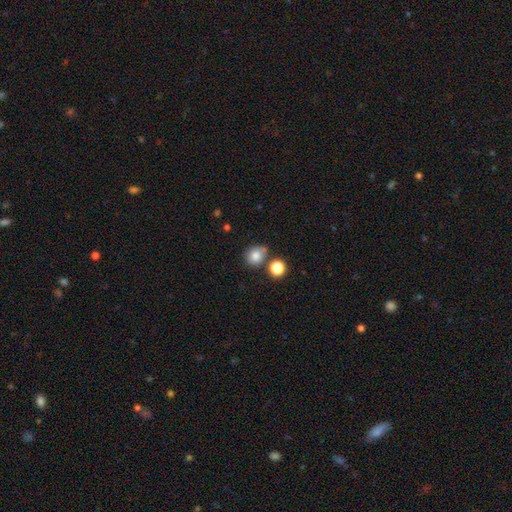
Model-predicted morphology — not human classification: A smooth galaxy with no disk features (81%) that is round (73%).

Vote fractions:
- Smooth or featured? smooth: 81% / star or artifact: 11% / featured or disk: 8%
- How rounded? round: 73% / in between: 26% / cigar-shaped: 1%
- Merging? none: 63% / minor disturbance: 18% / merger: 14% / major disturbance: 5%